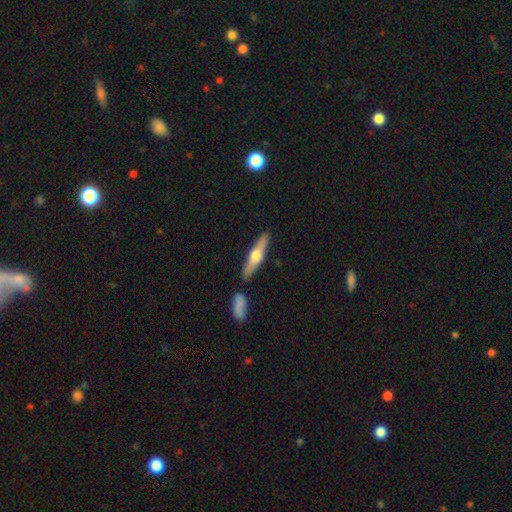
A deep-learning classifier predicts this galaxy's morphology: smooth_or_featured: featured or disk (p=0.57) [alt: smooth p=0.38]
disk_edge_on: yes (p=0.94) [alt: no p=0.06]
edge_on_bulge: rounded (p=0.94) [alt: boxy p=0.03]
merging: none (p=0.83) [alt: minor disturbance p=0.08]